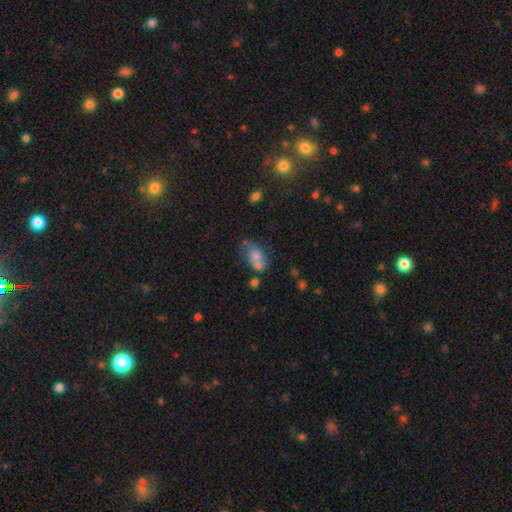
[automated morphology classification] A smooth galaxy with no disk features (68%) that is in between round and cigar-shaped (74%). Merging: merger (42%).